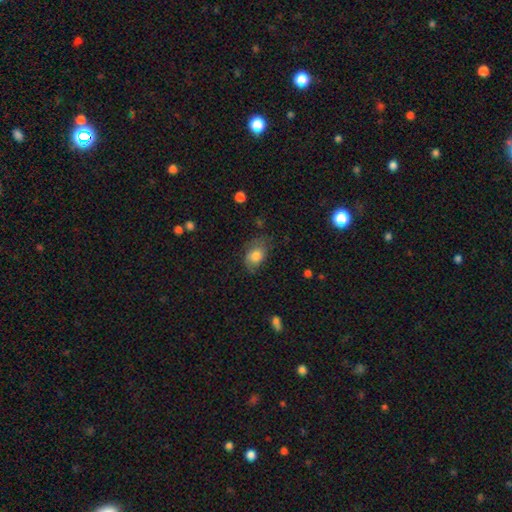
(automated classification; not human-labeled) smooth-or-featured: smooth: 77% | featured or disk: 15% | star or artifact: 8%
  how-rounded: in between: 79% | round: 20% | cigar-shaped: 1%
  merging: none: 61% | minor disturbance: 28% | major disturbance: 10% | merger: 2%